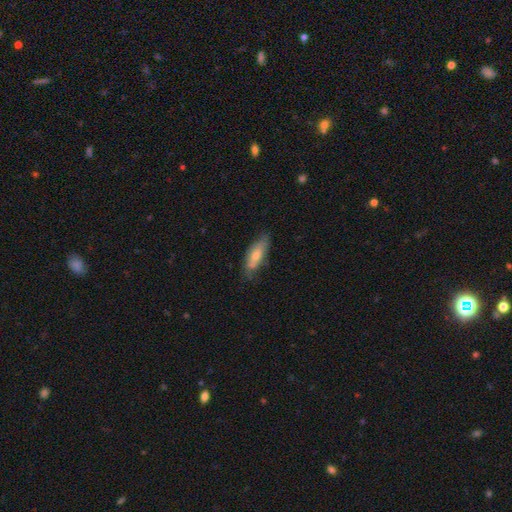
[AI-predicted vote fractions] Smooth or featured? Predicted: smooth (p=0.66). How rounded? Predicted: in between (p=0.65). Merging? Predicted: none (p=0.63).